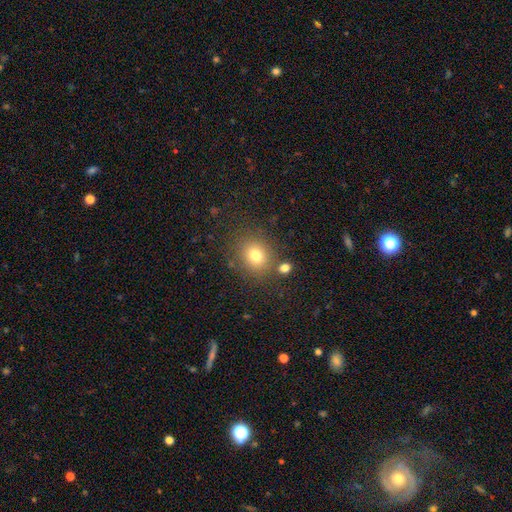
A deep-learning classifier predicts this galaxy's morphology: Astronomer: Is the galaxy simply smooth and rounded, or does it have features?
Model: smooth — 76%.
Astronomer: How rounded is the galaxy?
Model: round — 72%.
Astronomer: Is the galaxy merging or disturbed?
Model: none — 79%.